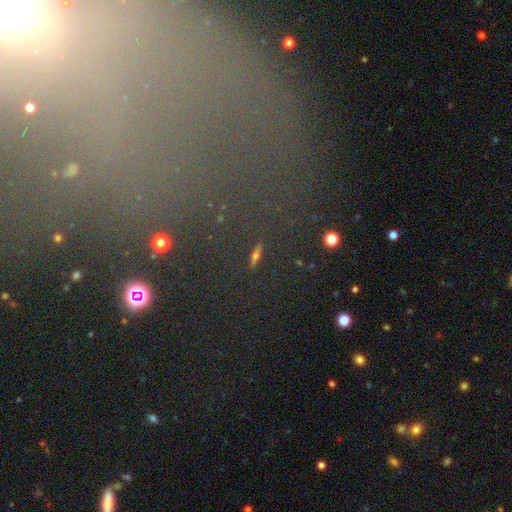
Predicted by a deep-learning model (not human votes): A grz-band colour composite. It shows a featured or disk galaxy (42%). Merging: none (89%).